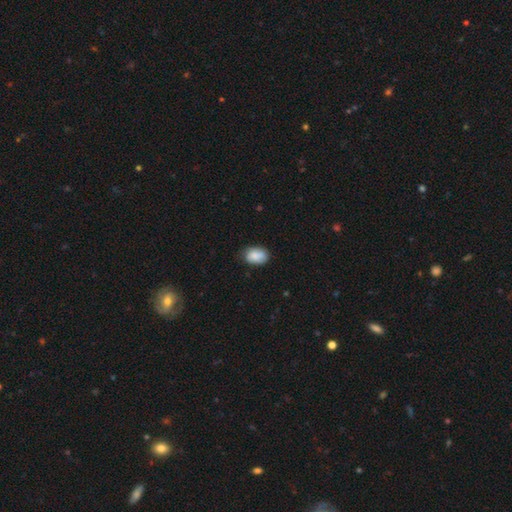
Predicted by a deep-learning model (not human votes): Smooth or featured? smooth (84%)
How rounded? in between (84%)
Merging? none (71%)